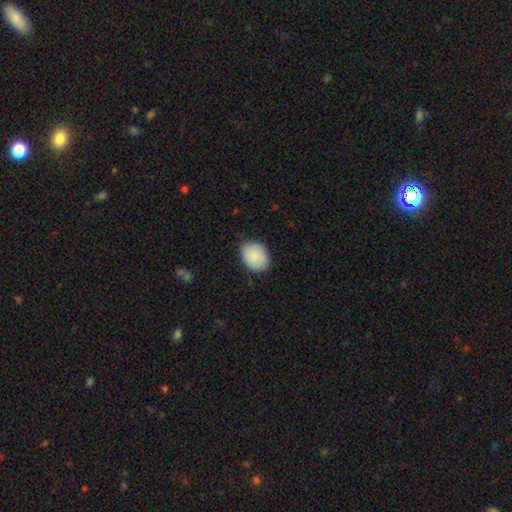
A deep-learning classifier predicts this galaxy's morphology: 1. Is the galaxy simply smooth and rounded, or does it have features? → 89% smooth, 6% star or artifact, 5% featured or disk.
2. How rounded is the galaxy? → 68% in between, 31% round, 1% cigar-shaped.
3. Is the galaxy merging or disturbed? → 84% none, 13% minor disturbance, 3% major disturbance, 1% merger.